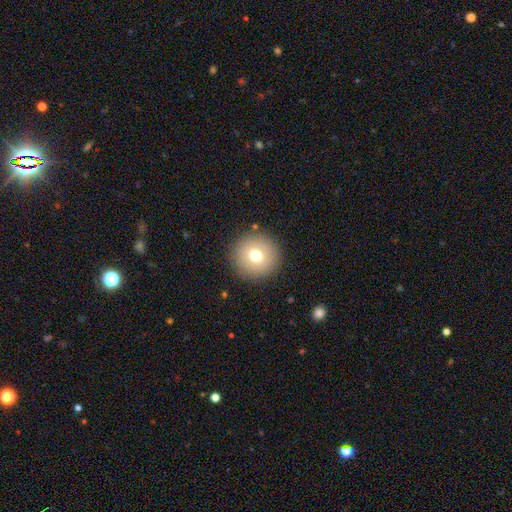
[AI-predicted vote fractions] Smooth or featured? smooth (71%)
How rounded? round (95%)
Merging? none (90%)